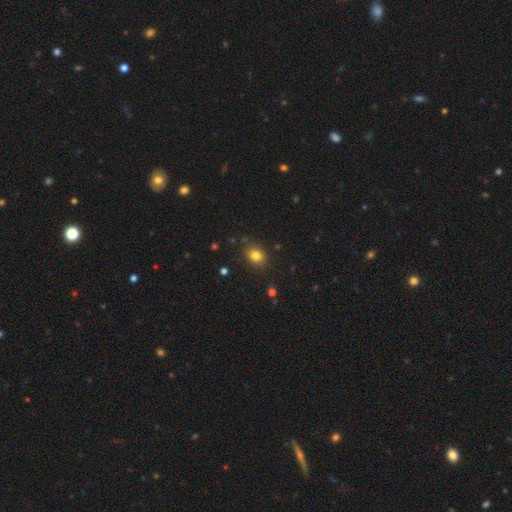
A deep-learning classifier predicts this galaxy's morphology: This is clearly a smooth galaxy (81%). How rounded: possibly round (50%). Merging: clearly none (83%).